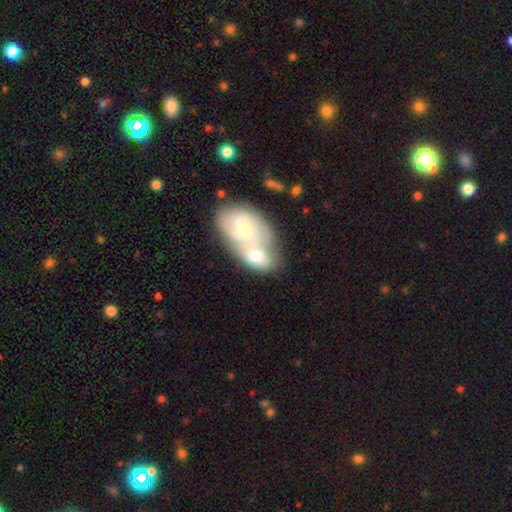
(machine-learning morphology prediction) Overall: smooth (51%; featured or disk 43%). How rounded: in between (84%). Merging: merger (69%).